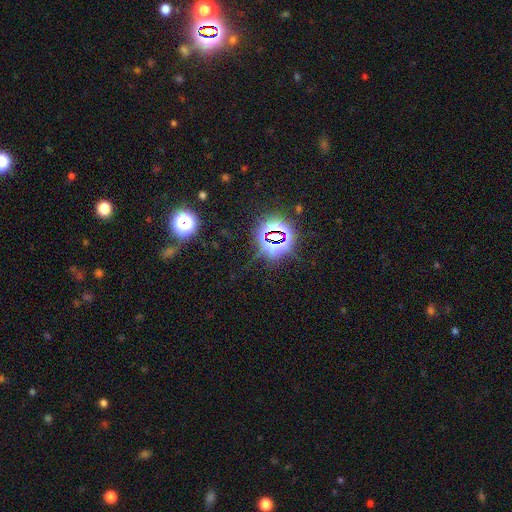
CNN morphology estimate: type=star or artifact (80%).